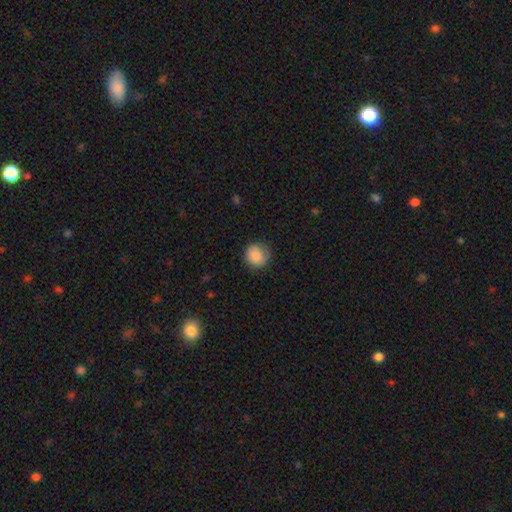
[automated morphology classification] A smooth galaxy with no disk features (87%) that is round (90%).

Vote fractions:
- Smooth or featured? smooth: 87% / star or artifact: 8% / featured or disk: 5%
- How rounded? round: 90% / in between: 9% / cigar-shaped: 1%
- Merging? none: 79% / minor disturbance: 16% / major disturbance: 4% / merger: 1%